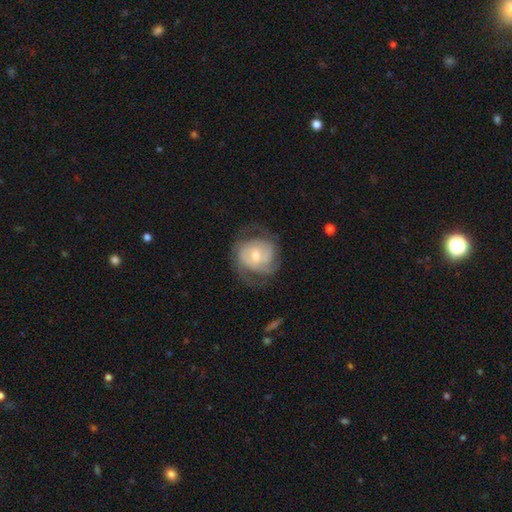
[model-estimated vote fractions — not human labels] A featured or disk galaxy (68%) with no bar (55%), 2 (44%) tight (47%) spiral arms (84%) and a moderate central bulge (51%).

Vote fractions:
- Smooth or featured? featured or disk: 68% / smooth: 26% / star or artifact: 6%
- Edge-on disk? no: 97% / yes: 3%
- Bar? no: 55% / weak: 37% / strong: 8%
- Spiral arms? yes: 84% / no: 16%
- Spiral winding? tight: 47% / medium: 37% / loose: 16%
- Spiral arm count? 2: 44% / can't tell: 31% / 3: 13% / 1: 5% / 4: 4% / more than 4: 3%
- Bulge size? moderate: 51% / small: 42% / large: 4% / none: 2% / dominant: 1%
- Merging? none: 59% / minor disturbance: 21% / major disturbance: 18% / merger: 2%